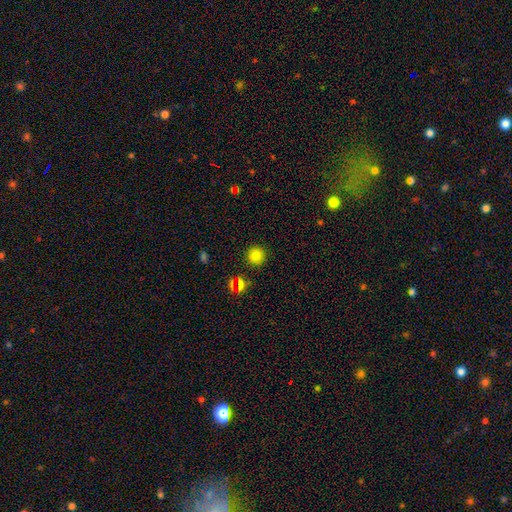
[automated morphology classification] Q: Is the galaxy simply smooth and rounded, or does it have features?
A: smooth — 80%.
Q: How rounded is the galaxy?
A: round — 94%.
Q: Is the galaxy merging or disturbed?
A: none — 90%.